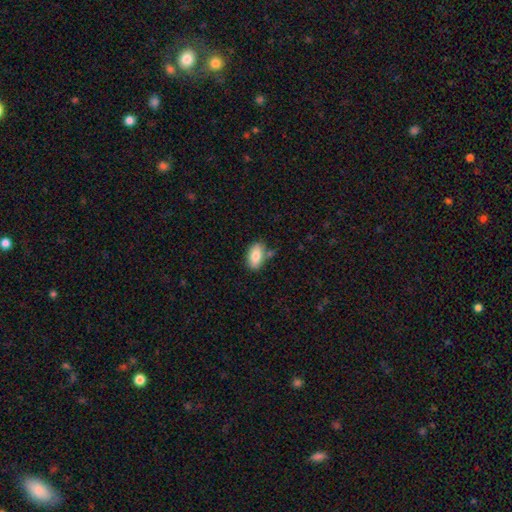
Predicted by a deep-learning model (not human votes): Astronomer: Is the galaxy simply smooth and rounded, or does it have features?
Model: smooth — 82%.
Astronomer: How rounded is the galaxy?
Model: in between — 92%.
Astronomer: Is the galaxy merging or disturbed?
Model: none — 69%.